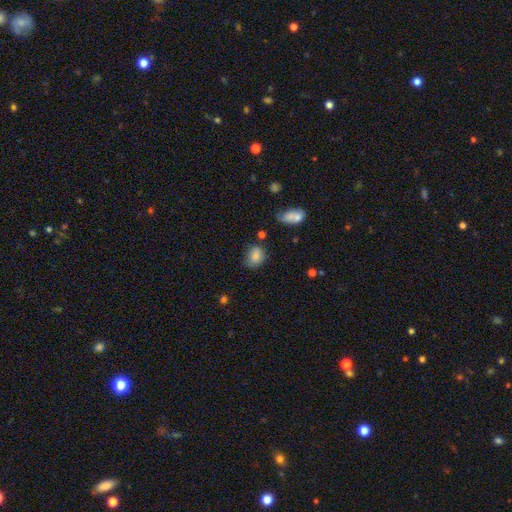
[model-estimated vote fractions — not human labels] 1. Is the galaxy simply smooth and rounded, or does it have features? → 82% smooth, 10% star or artifact, 8% featured or disk.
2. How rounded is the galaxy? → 52% in between, 46% round, 1% cigar-shaped.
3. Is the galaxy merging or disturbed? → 65% none, 25% minor disturbance, 6% major disturbance, 4% merger.